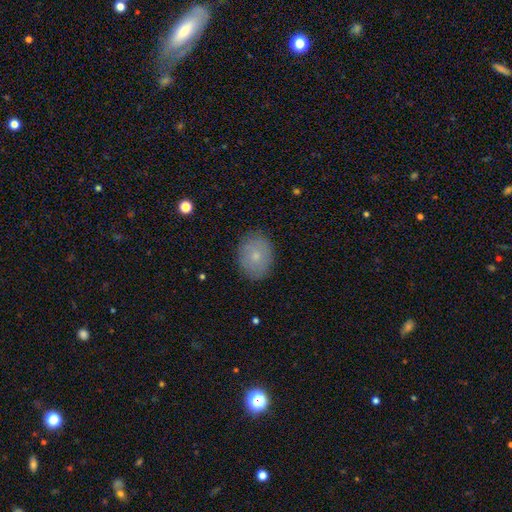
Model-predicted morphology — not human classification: smooth_or_featured: smooth (p=0.73) [alt: featured or disk p=0.18]
how_rounded: round (p=0.50) [alt: in between p=0.49]
merging: none (p=0.87) [alt: minor disturbance p=0.10]